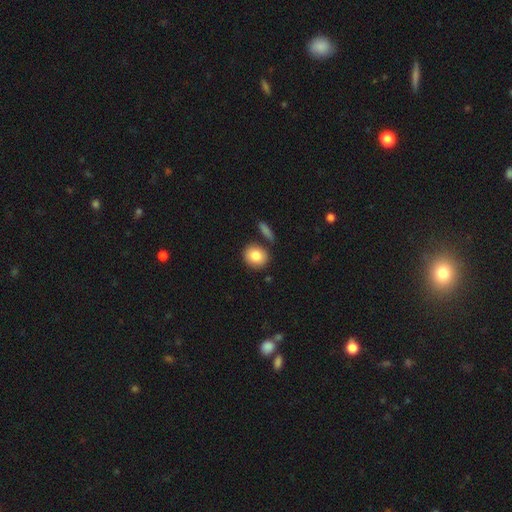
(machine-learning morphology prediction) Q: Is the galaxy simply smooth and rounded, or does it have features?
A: smooth — 83%.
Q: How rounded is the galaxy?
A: round — 75%.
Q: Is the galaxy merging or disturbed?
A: none — 77%.